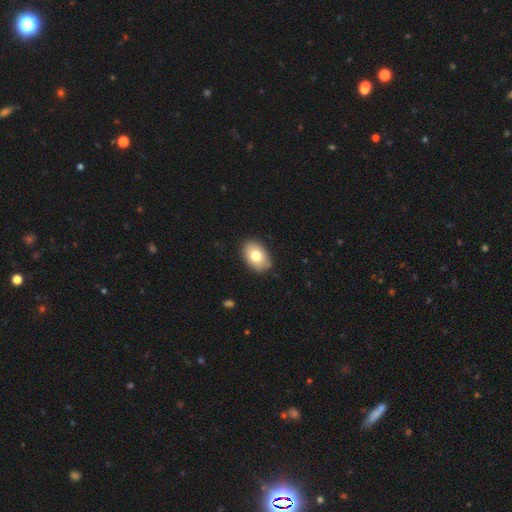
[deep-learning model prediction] Morphology: type=smooth (77%); roundness=in between (85%); merging=none (83%).